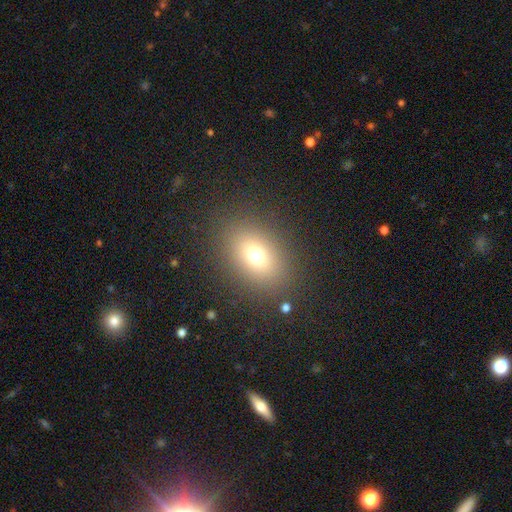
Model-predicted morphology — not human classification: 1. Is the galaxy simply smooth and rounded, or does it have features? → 71% smooth, 16% star or artifact, 13% featured or disk.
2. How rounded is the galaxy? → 70% in between, 29% round, 2% cigar-shaped.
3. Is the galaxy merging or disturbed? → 85% none, 8% minor disturbance, 5% major disturbance, 1% merger.